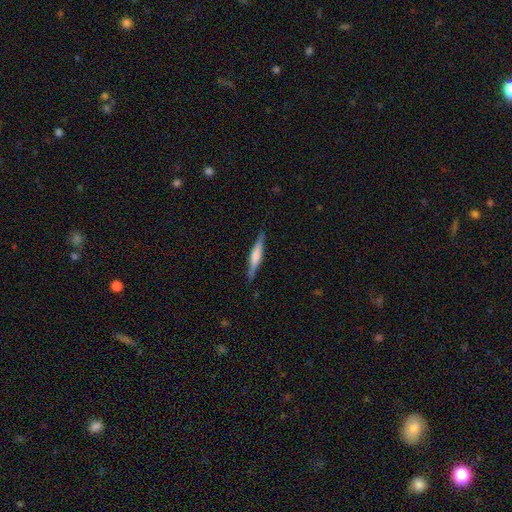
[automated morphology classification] Smooth or featured: featured or disk — 54% (smooth — 40%)
Edge-on disk: yes — 97% (no — 3%)
Edge-on bulge: rounded — 53% (boxy — 29%)
Merging: none — 88% (minor disturbance — 9%)